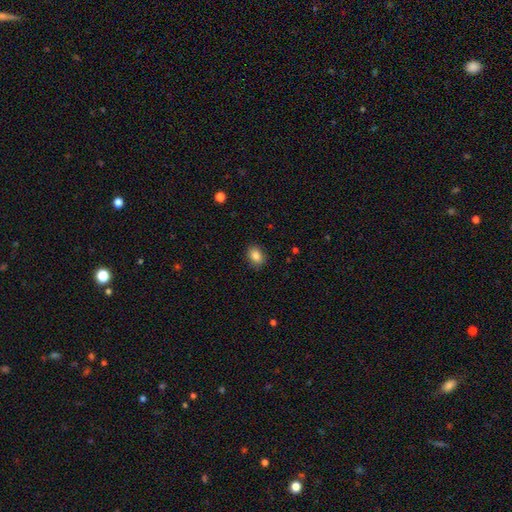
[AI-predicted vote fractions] smooth-or-featured: smooth: 86% | star or artifact: 9% | featured or disk: 5%
  how-rounded: in between: 67% | round: 31% | cigar-shaped: 1%
  merging: none: 87% | minor disturbance: 9% | major disturbance: 2% | merger: 1%